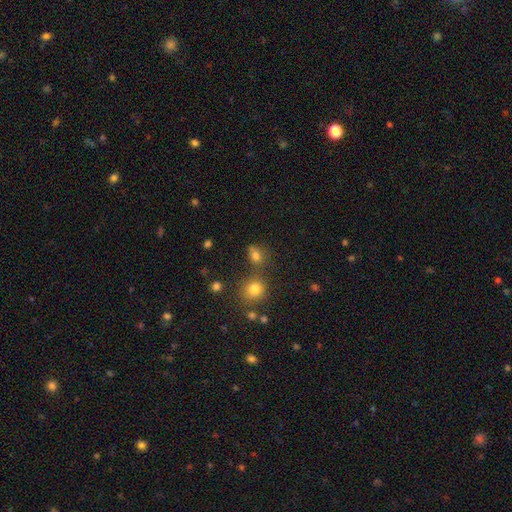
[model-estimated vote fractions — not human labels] Smooth or featured: smooth — 75% (star or artifact — 18%)
How rounded: round — 57% (in between — 41%)
Merging: none — 58% (merger — 22%)